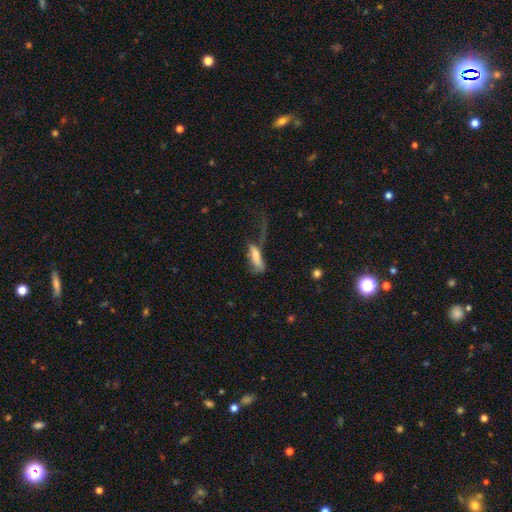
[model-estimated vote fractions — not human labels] Smooth or featured?
  - smooth: 63% *
  - featured or disk: 28%
  - star or artifact: 9%
How rounded?
  - in between: 53% *
  - cigar-shaped: 44%
  - round: 3%
Merging?
  - major disturbance: 55% *
  - none: 20%
  - minor disturbance: 17%
  - merger: 8%